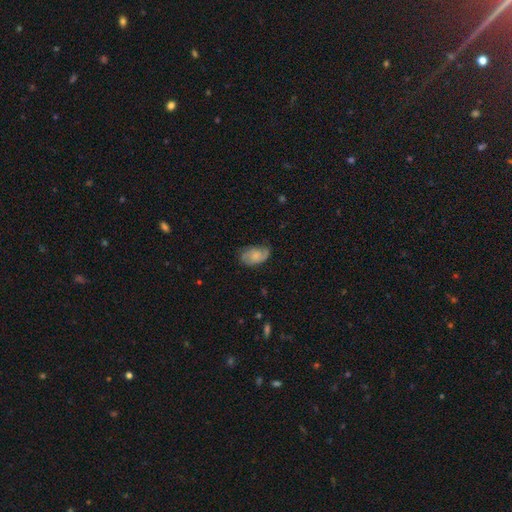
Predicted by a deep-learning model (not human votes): The model was most divided on "bulge size": small: 39%, moderate: 27%, none: 27%, large: 6%, dominant: 2%. More confident: edge-on disk — no (96%); spiral arms — yes (90%); bar — no (71%); merging — none (68%); smooth or featured — featured or disk (55%).